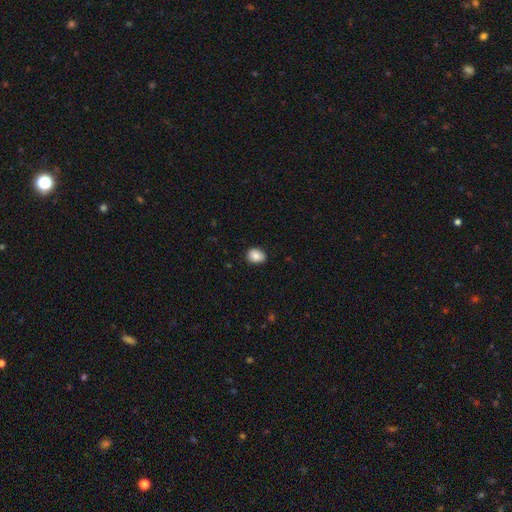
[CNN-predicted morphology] smooth 86%, star or artifact 8%, featured or disk 6%. Down the decision tree: how rounded — in between (54%); merging — none (87%).